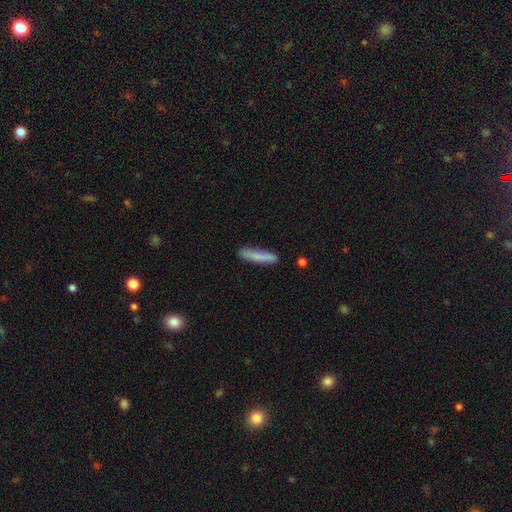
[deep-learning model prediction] Q: Smooth or featured?
A: smooth (77%); runner-up: featured or disk (17%)
Q: How rounded?
A: cigar-shaped (92%); runner-up: in between (7%)
Q: Merging?
A: none (84%); runner-up: minor disturbance (12%)